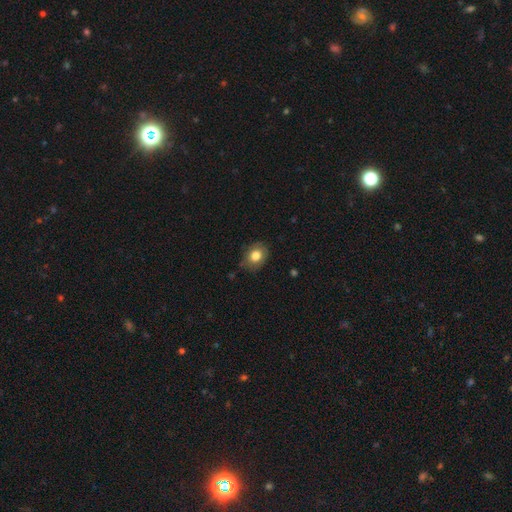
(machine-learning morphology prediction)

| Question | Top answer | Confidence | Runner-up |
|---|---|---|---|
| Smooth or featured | smooth | 78% | featured or disk (13%) |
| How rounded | in between | 52% | round (47%) |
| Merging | none | 80% | minor disturbance (16%) |